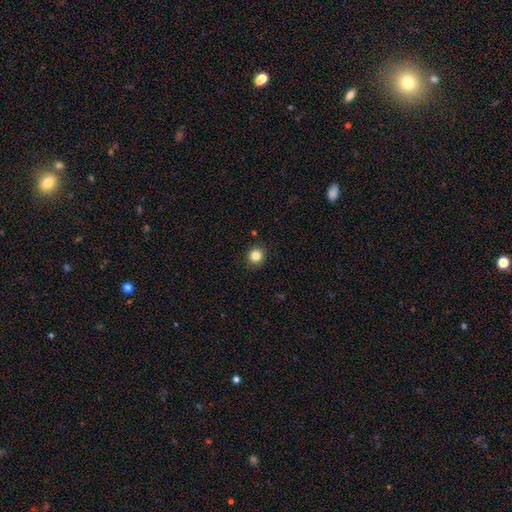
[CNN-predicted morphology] smooth-or-featured: smooth: 84% | star or artifact: 11% | featured or disk: 5%
  how-rounded: round: 89% | in between: 10% | cigar-shaped: 1%
  merging: none: 90% | minor disturbance: 7% | major disturbance: 2% | merger: 1%